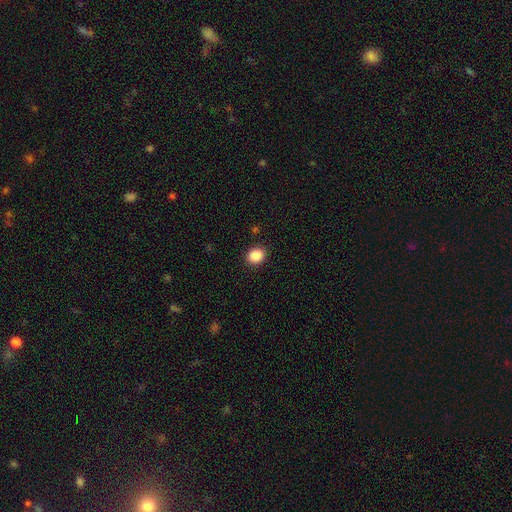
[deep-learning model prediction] Smooth or featured? Predicted: smooth (p=0.88). How rounded? Predicted: round (p=0.59). Merging? Predicted: none (p=0.90).